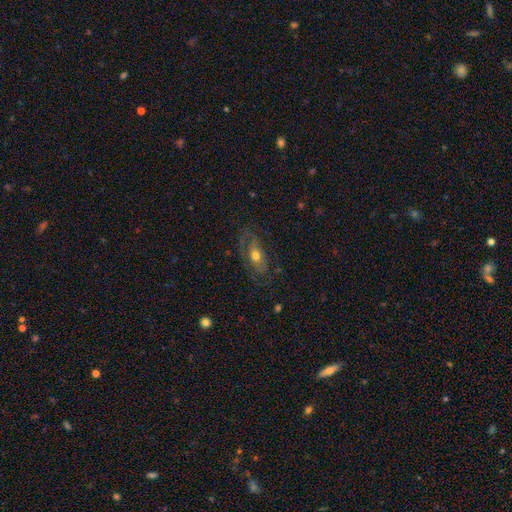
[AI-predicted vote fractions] Smooth or featured: featured or disk — 48% (smooth — 44%)
Merging: none — 63% (minor disturbance — 21%)